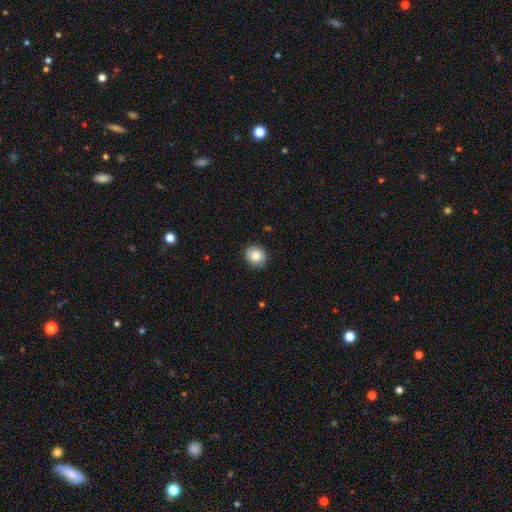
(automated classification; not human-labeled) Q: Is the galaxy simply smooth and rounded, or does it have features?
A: smooth — 83%.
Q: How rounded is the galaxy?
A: round — 72%.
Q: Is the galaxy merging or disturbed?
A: none — 86%.